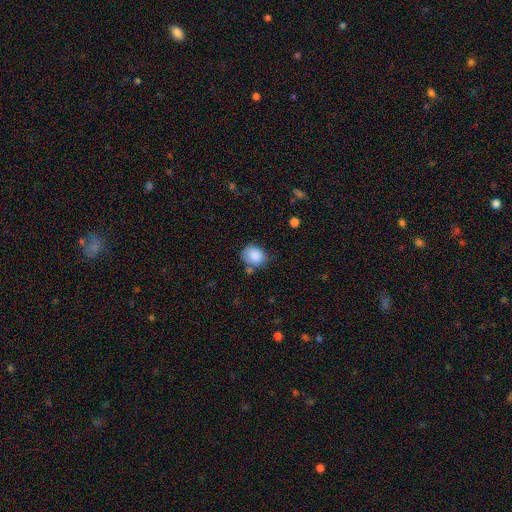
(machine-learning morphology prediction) smooth_or_featured: smooth (p=0.86) [alt: star or artifact p=0.08]
how_rounded: in between (p=0.51) [alt: round p=0.48]
merging: none (p=0.63) [alt: minor disturbance p=0.24]